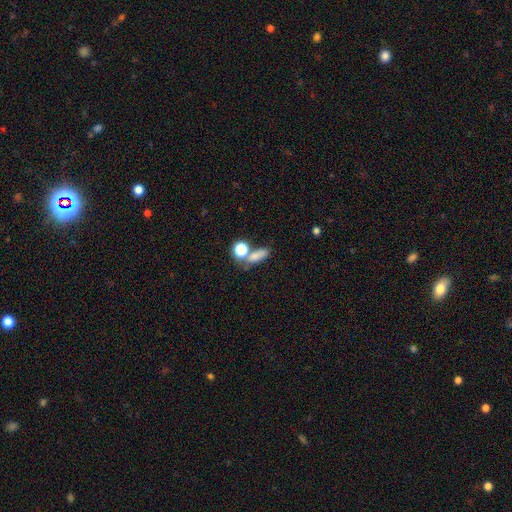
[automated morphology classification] A smooth galaxy with no disk features (74%) that is in between round and cigar-shaped (58%). Merging: none (48%).